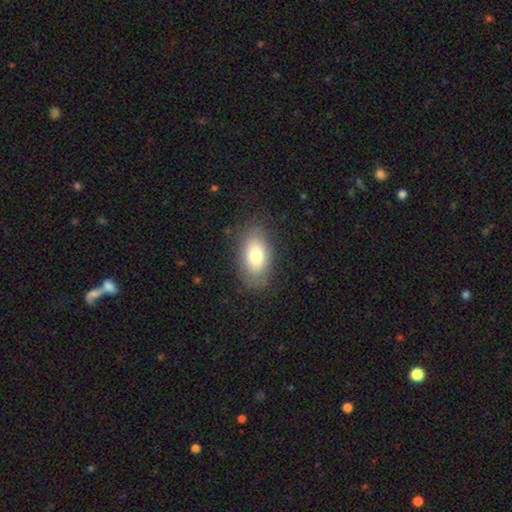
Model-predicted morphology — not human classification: A smooth galaxy with no disk features (73%) that is in between round and cigar-shaped (89%).

Vote fractions:
- Smooth or featured? smooth: 73% / featured or disk: 18% / star or artifact: 9%
- How rounded? in between: 89% / round: 9% / cigar-shaped: 2%
- Merging? none: 80% / minor disturbance: 14% / major disturbance: 5% / merger: 1%